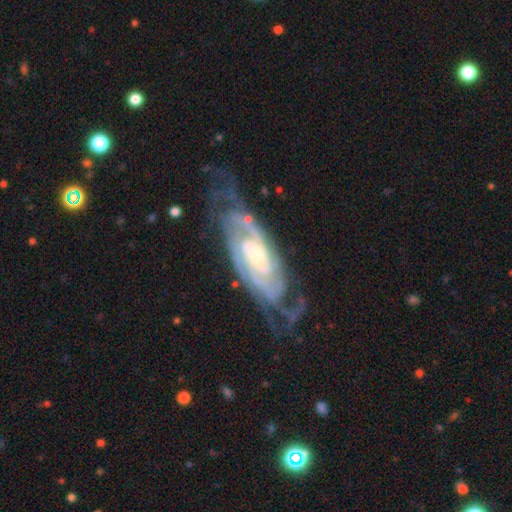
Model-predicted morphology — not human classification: Q: Smooth or featured?
A: featured or disk (90%); runner-up: smooth (5%)
Q: Edge-on disk?
A: no (92%); runner-up: yes (8%)
Q: Bar?
A: no (61%); runner-up: weak (29%)
Q: Spiral arms?
A: yes (97%); runner-up: no (3%)
Q: Spiral winding?
A: tight (67%); runner-up: medium (28%)
Q: Spiral arm count?
A: 2 (39%); runner-up: can't tell (24%)
Q: Bulge size?
A: small (59%); runner-up: moderate (35%)
Q: Merging?
A: none (64%); runner-up: minor disturbance (22%)